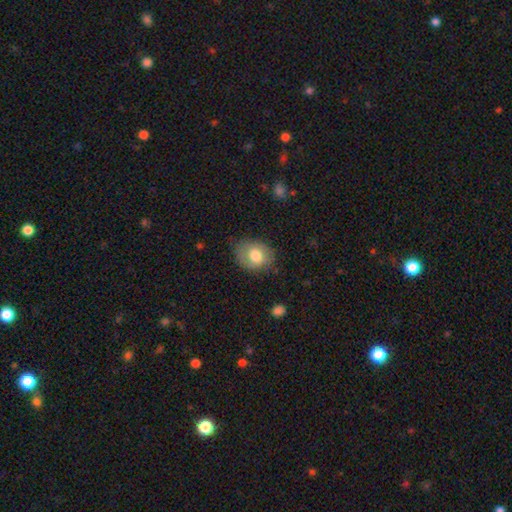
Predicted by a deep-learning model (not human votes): This appears to be a smooth galaxy with no disk features (72%) that is in between round and cigar-shaped (60%). Merging: none (71%).